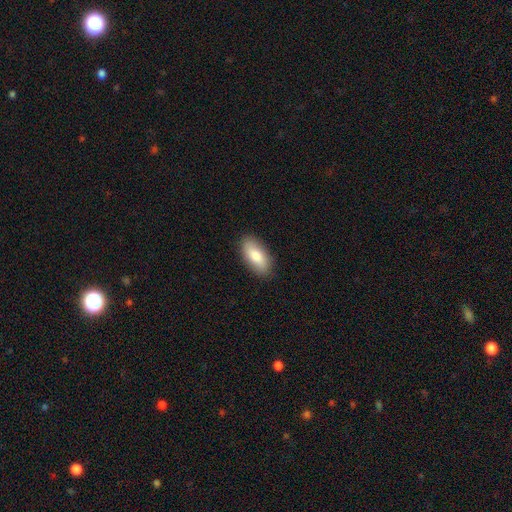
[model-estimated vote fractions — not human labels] Smooth or featured: smooth — 80% (featured or disk — 14%)
How rounded: in between — 88% (cigar-shaped — 9%)
Merging: none — 88% (minor disturbance — 9%)